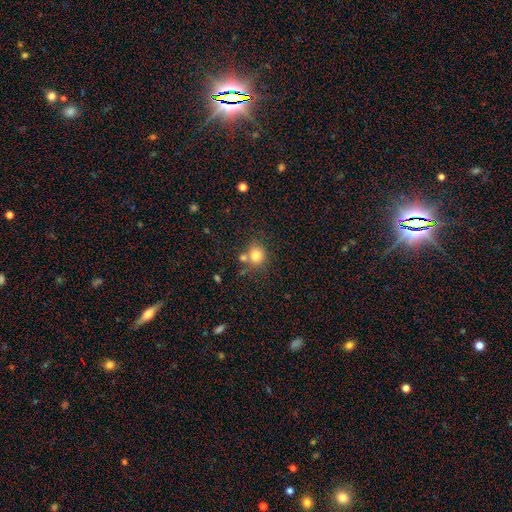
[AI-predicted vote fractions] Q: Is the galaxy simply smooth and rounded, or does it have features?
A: smooth — 79%.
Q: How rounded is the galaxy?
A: round — 80%.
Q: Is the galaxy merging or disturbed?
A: none — 61%.